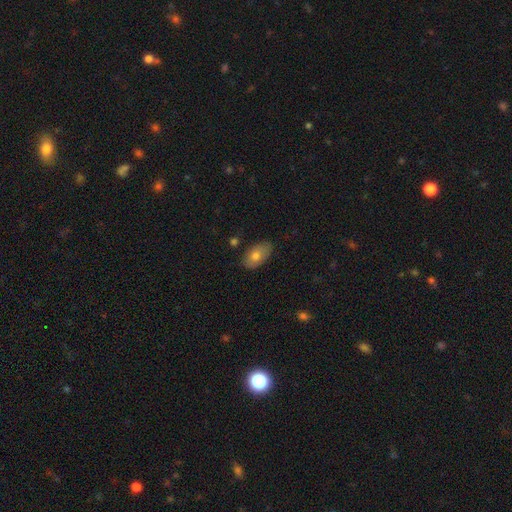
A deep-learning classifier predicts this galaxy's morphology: smooth_or_featured: smooth (p=0.73) [alt: featured or disk p=0.21]
how_rounded: in between (p=0.92) [alt: round p=0.06]
merging: none (p=0.78) [alt: minor disturbance p=0.18]